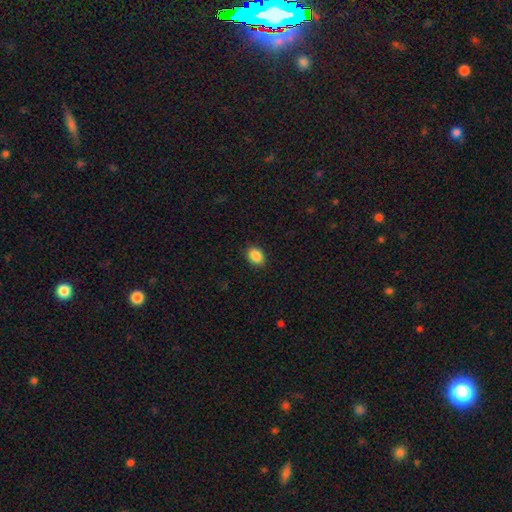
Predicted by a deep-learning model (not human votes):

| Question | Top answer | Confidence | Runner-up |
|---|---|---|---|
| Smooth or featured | smooth | 89% | star or artifact (8%) |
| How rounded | in between | 74% | round (25%) |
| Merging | none | 89% | minor disturbance (8%) |